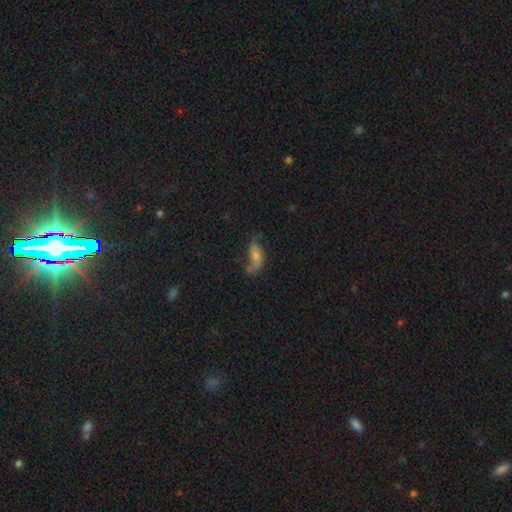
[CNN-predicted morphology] featured or disk 56%, smooth 34%, star or artifact 11%. Down the decision tree: edge-on disk — no (89%); merging — none (48%).